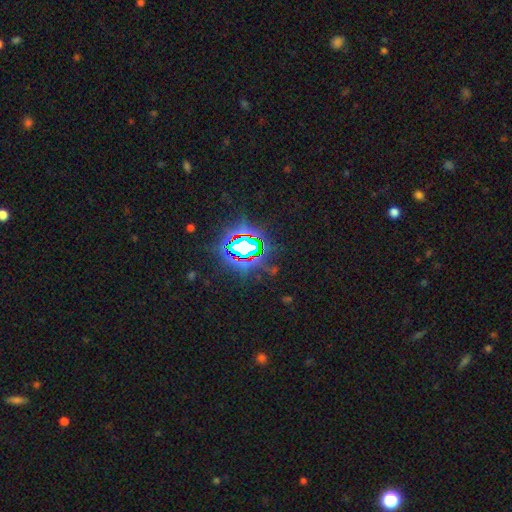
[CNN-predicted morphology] Smooth or featured? star or artifact (81%)